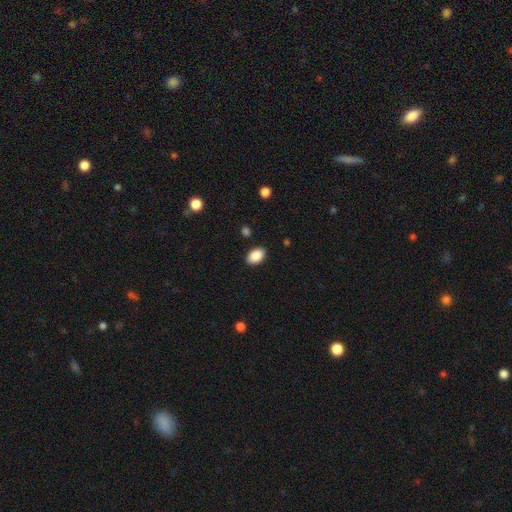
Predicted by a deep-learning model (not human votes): Smooth or featured?
  - smooth: 88% *
  - star or artifact: 7%
  - featured or disk: 4%
How rounded?
  - in between: 89% *
  - round: 10%
  - cigar-shaped: 1%
Merging?
  - none: 88% *
  - minor disturbance: 9%
  - major disturbance: 2%
  - merger: 1%